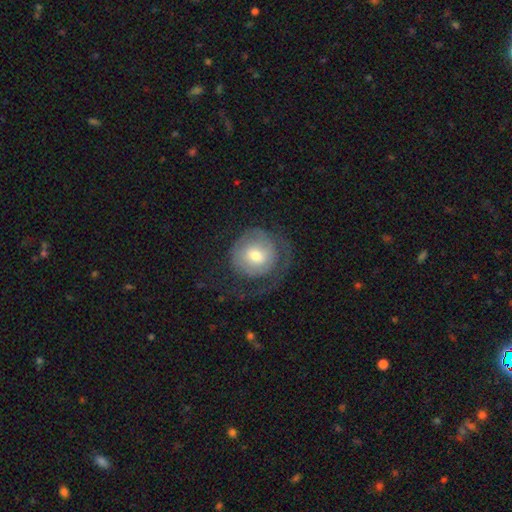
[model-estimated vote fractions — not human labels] Smooth or featured? Predicted: featured or disk (p=0.51). Edge-on disk? Predicted: no (p=0.96). Merging? Predicted: none (p=0.53).